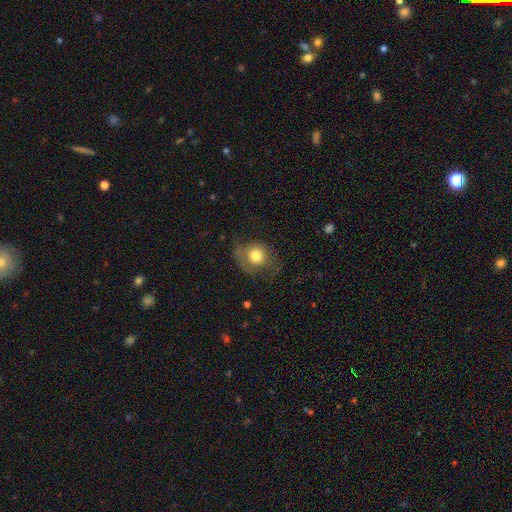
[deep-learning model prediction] This appears to be a smooth galaxy with no disk features (71%) that is round (77%). Merging: none (51%).